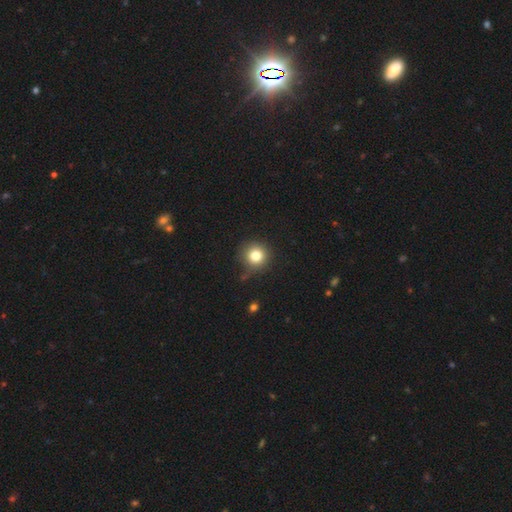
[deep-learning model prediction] Overall: smooth (80%). How rounded: round (94%). Merging: none (80%).